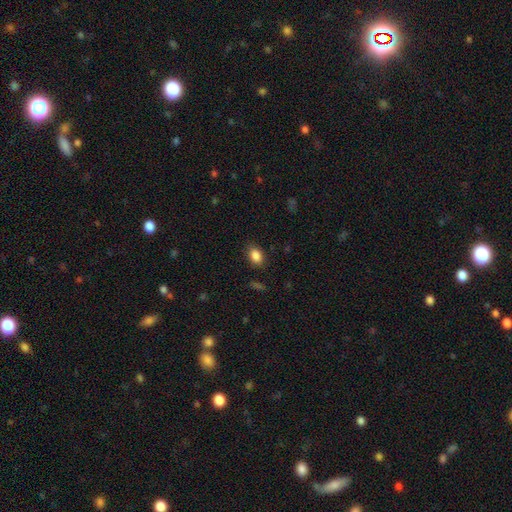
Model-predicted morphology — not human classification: This is clearly a smooth galaxy (87%). How rounded: clearly in between (80%). Merging: clearly none (85%).